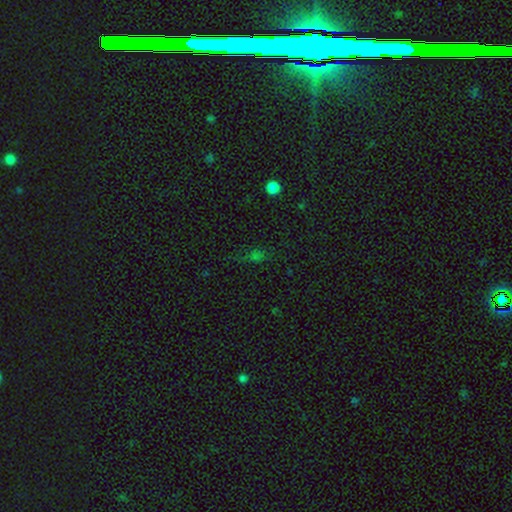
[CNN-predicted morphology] type=smooth (47%); merging=none (67%).